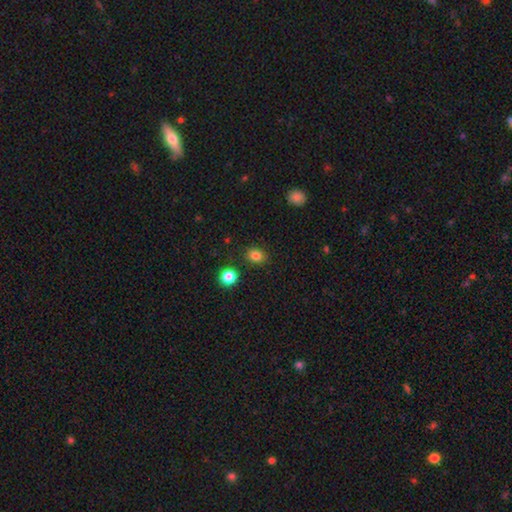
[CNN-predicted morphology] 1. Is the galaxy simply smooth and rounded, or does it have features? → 83% smooth, 12% star or artifact, 5% featured or disk.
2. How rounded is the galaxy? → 53% round, 46% in between, 1% cigar-shaped.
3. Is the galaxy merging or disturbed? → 86% none, 9% minor disturbance, 3% merger, 3% major disturbance.